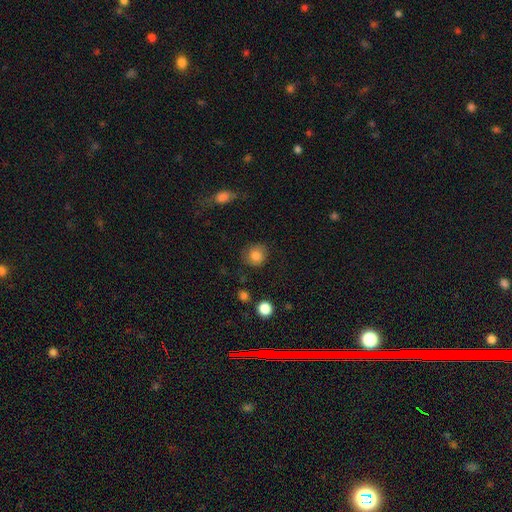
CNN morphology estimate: A smooth galaxy with no disk features (83%) that is round (87%). Merging: none (81%).